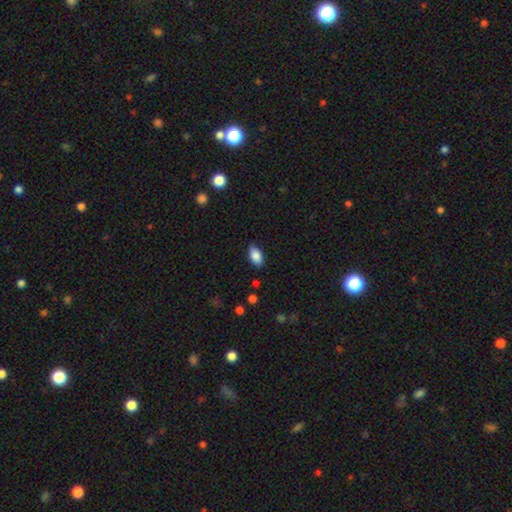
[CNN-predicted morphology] This appears to be a smooth galaxy with no disk features (86%) that is in between round and cigar-shaped (91%). Merging: none (83%).